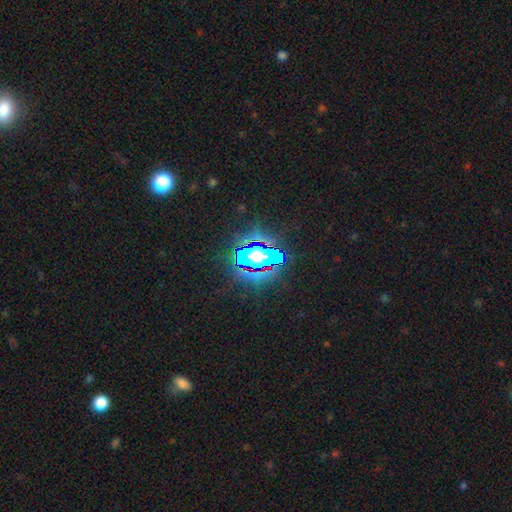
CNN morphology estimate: Smooth or featured?
  - star or artifact: 58% *
  - smooth: 24%
  - featured or disk: 18%